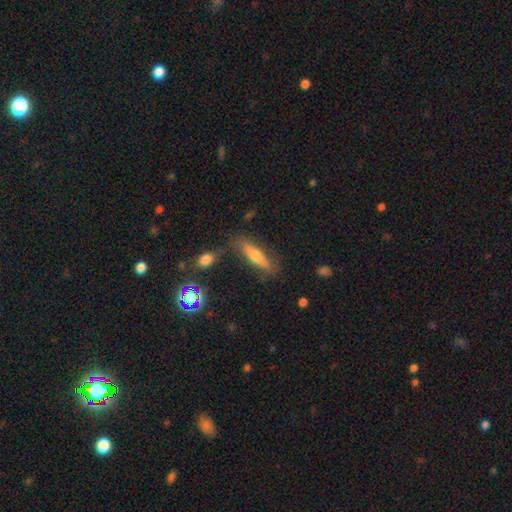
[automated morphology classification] A smooth galaxy with no disk features (52%) that is cigar-shaped (67%). Merging: none (74%).